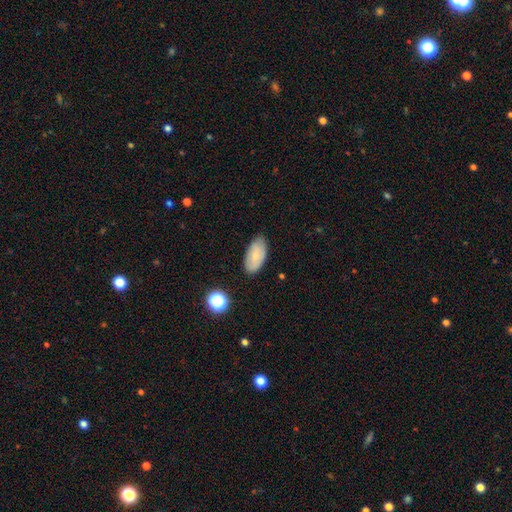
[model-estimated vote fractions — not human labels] A smooth galaxy with no disk features (67%) that is in between round and cigar-shaped (93%).

Vote fractions:
- Smooth or featured? smooth: 67% / featured or disk: 25% / star or artifact: 8%
- How rounded? in between: 93% / round: 4% / cigar-shaped: 3%
- Merging? none: 79% / minor disturbance: 16% / major disturbance: 3% / merger: 2%